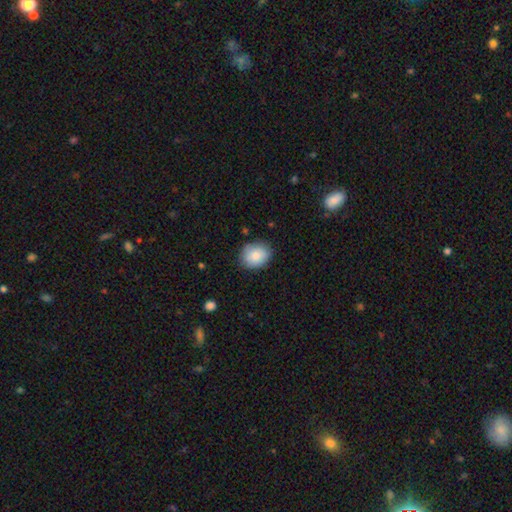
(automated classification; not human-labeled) smooth-or-featured: smooth: 85% | featured or disk: 8% | star or artifact: 7%
  how-rounded: in between: 54% | round: 46% | cigar-shaped: 1%
  merging: none: 82% | minor disturbance: 14% | major disturbance: 3% | merger: 1%